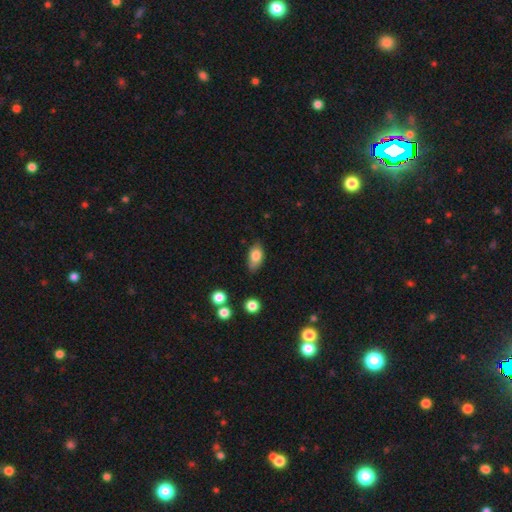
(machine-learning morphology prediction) Smooth or featured? Predicted: smooth (p=0.79). How rounded? Predicted: in between (p=0.88). Merging? Predicted: none (p=0.74).